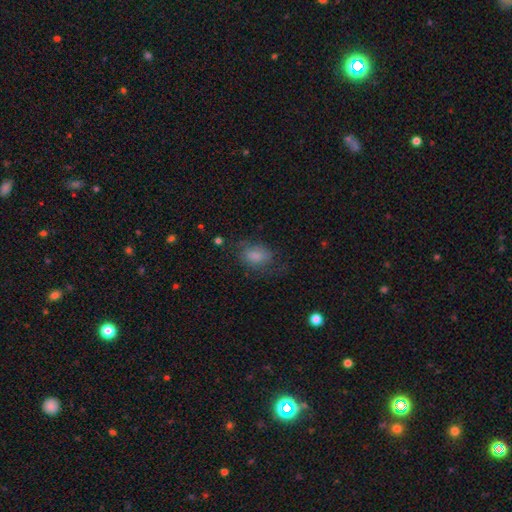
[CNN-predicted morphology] This is likely a smooth galaxy (73%). How rounded: clearly in between (81%). Merging: possibly none (56%).